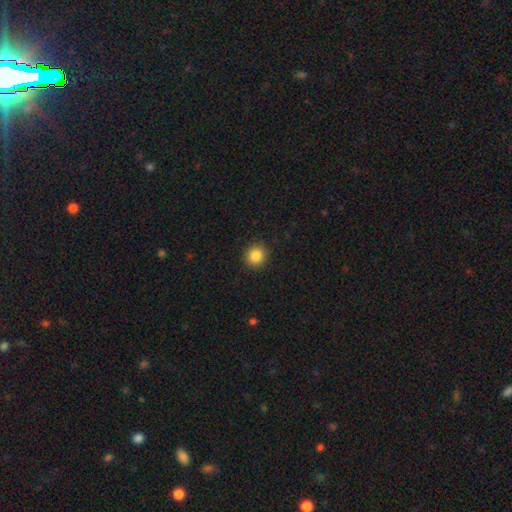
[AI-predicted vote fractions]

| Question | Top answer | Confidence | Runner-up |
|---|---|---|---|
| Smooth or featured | smooth | 86% | star or artifact (10%) |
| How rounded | round | 88% | in between (11%) |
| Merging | none | 92% | minor disturbance (5%) |